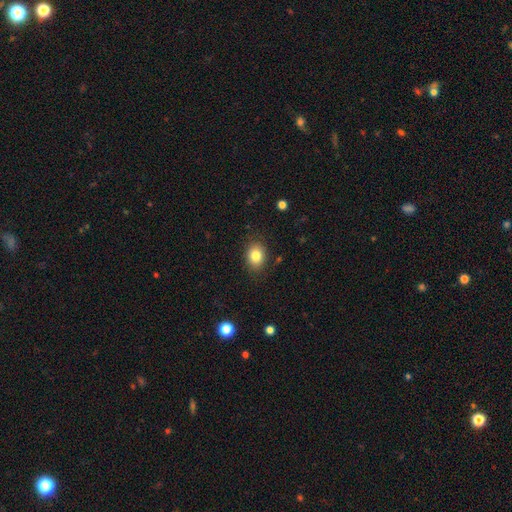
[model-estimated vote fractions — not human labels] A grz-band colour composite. It shows a smooth galaxy with no disk features (82%) that is in between round and cigar-shaped (57%). Merging: none (85%).